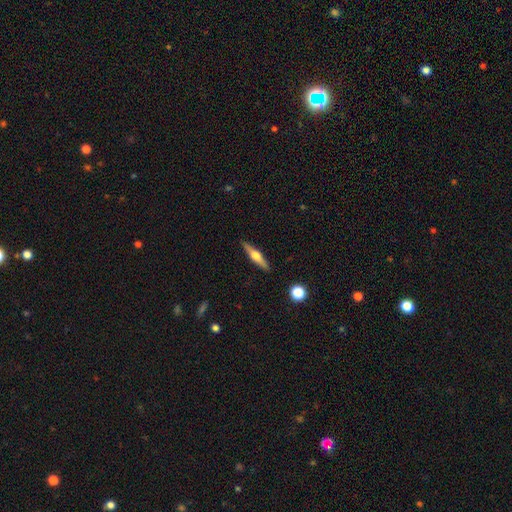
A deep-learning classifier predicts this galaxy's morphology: A featured or disk galaxy (67%) viewed edge-on (97%) with a rounded central bulge (93%).

Vote fractions:
- Smooth or featured? featured or disk: 67% / smooth: 27% / star or artifact: 6%
- Edge-on disk? yes: 97% / no: 3%
- Edge-on bulge? rounded: 93% / boxy: 4% / none: 2%
- Merging? none: 90% / minor disturbance: 7% / major disturbance: 1% / merger: 1%